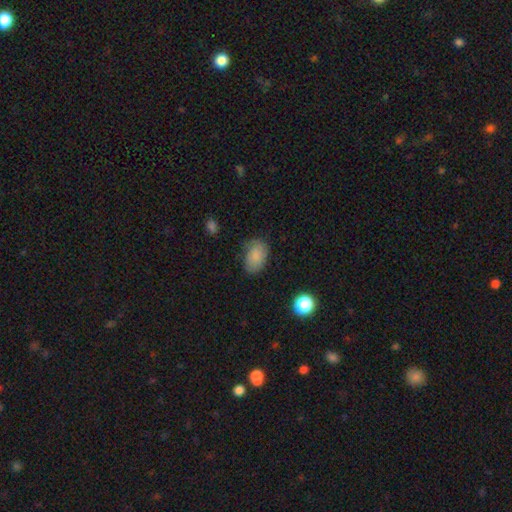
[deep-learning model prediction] Smooth or featured?
  - smooth: 81% *
  - featured or disk: 10%
  - star or artifact: 9%
How rounded?
  - in between: 86% *
  - round: 13%
  - cigar-shaped: 1%
Merging?
  - none: 73% *
  - minor disturbance: 21%
  - major disturbance: 5%
  - merger: 1%